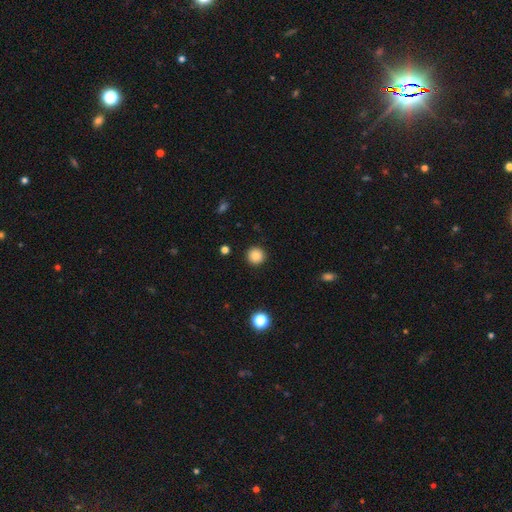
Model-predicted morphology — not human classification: type=smooth (85%); roundness=round (95%); merging=none (92%).